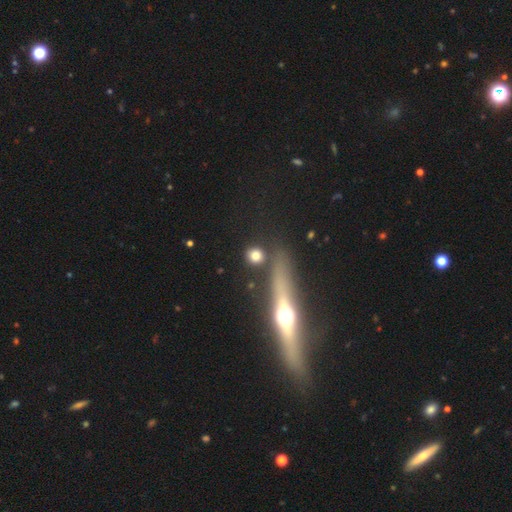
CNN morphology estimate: Smooth or featured? Predicted: smooth (p=0.78). How rounded? Predicted: round (p=0.83). Merging? Predicted: none (p=0.80).